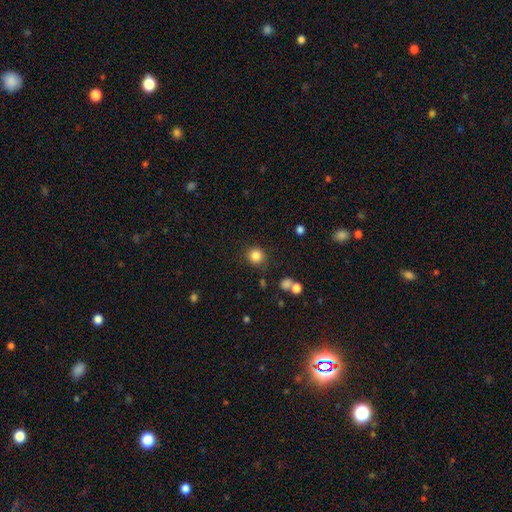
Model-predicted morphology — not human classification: smooth 85%, star or artifact 11%, featured or disk 5%. Down the decision tree: how rounded — round (88%); merging — none (84%).